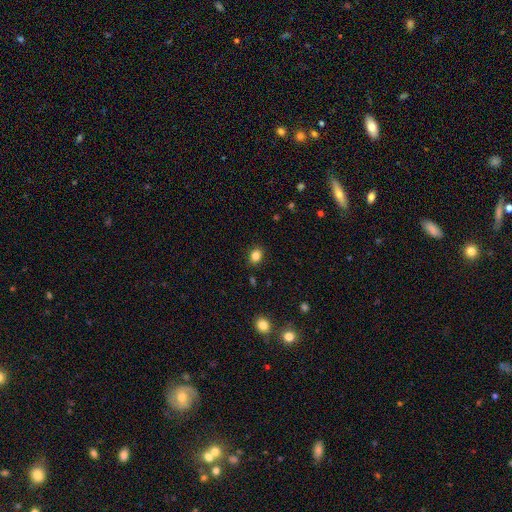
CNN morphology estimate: The model was most divided on "how rounded": round: 50%, in between: 49%, cigar-shaped: 1%. More confident: merging — none (87%); smooth or featured — smooth (84%).